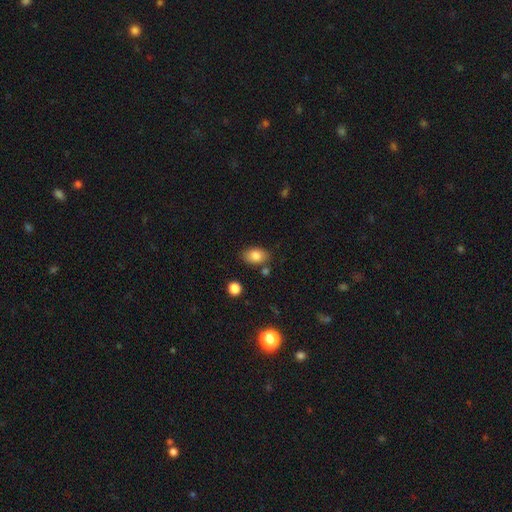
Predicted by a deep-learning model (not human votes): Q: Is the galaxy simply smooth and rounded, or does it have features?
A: smooth — 83%.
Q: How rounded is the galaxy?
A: in between — 83%.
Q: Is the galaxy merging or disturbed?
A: none — 77%.